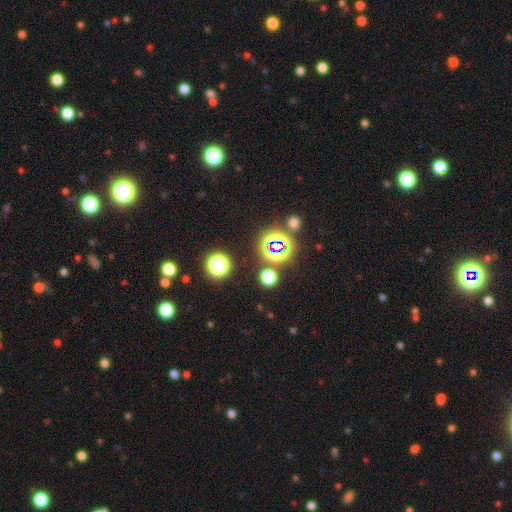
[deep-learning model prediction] The model was most divided on "smooth or featured": star or artifact: 77%, smooth: 15%, featured or disk: 7%.